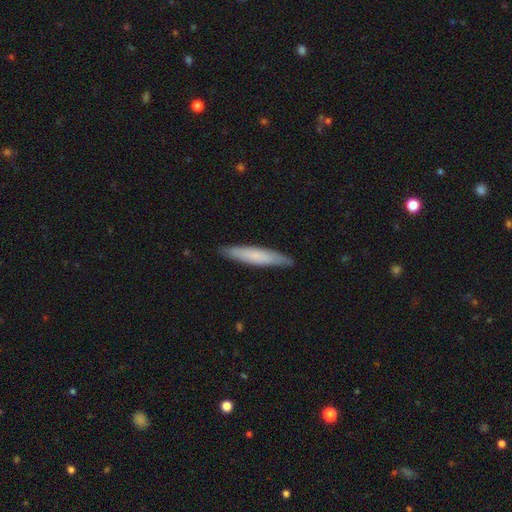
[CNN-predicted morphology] Overall: smooth (68%). How rounded: cigar-shaped (90%). Merging: none (88%).